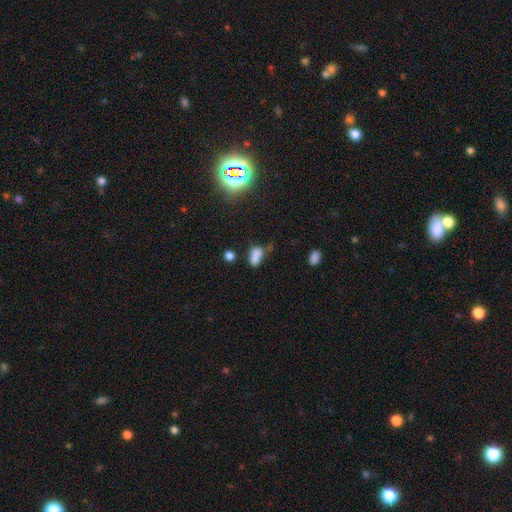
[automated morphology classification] smooth 77%, star or artifact 14%, featured or disk 9%. Down the decision tree: how rounded — in between (86%); merging — none (42%).